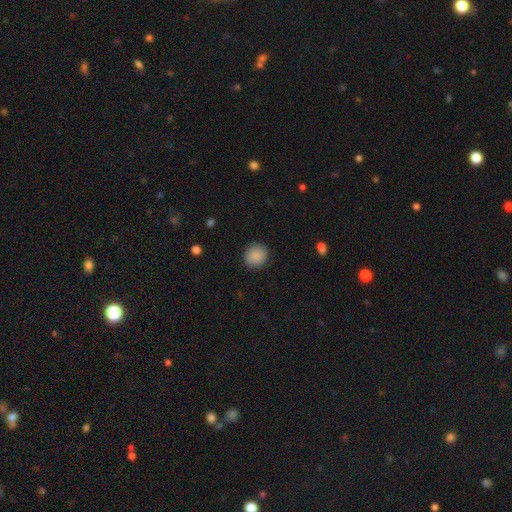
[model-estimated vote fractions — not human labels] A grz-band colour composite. It shows a smooth galaxy with no disk features (89%) that is round (87%). Merging: none (89%).